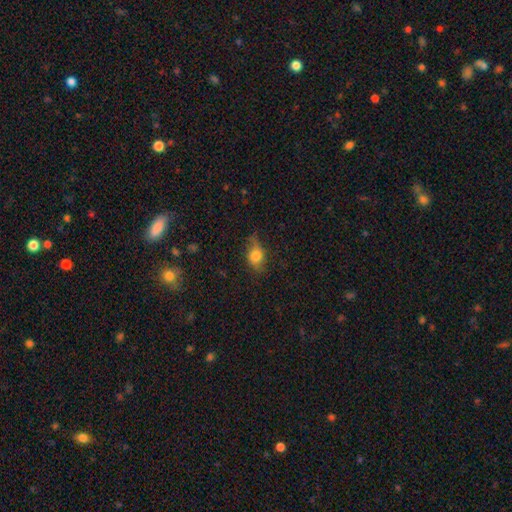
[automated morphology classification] Smooth or featured? Predicted: smooth (p=0.75). How rounded? Predicted: in between (p=0.73). Merging? Predicted: none (p=0.65).